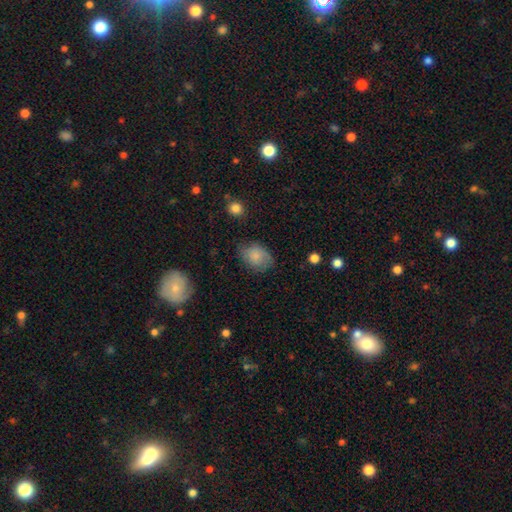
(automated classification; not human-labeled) Morphology: type=smooth (79%); roundness=in between (70%); merging=none (65%).